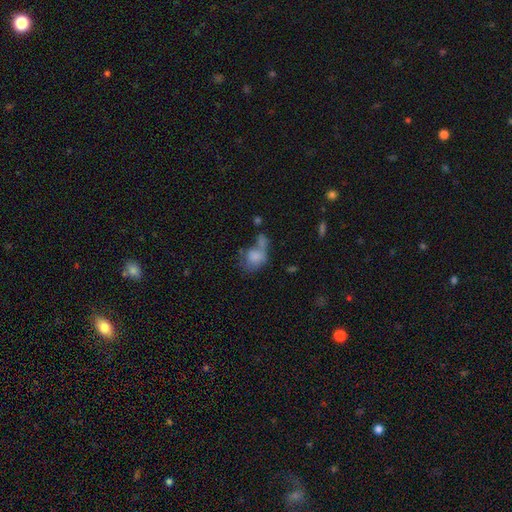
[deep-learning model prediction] This appears to be a smooth galaxy with no disk features (73%) that is in between round and cigar-shaped (59%). Merging: merger (40%).